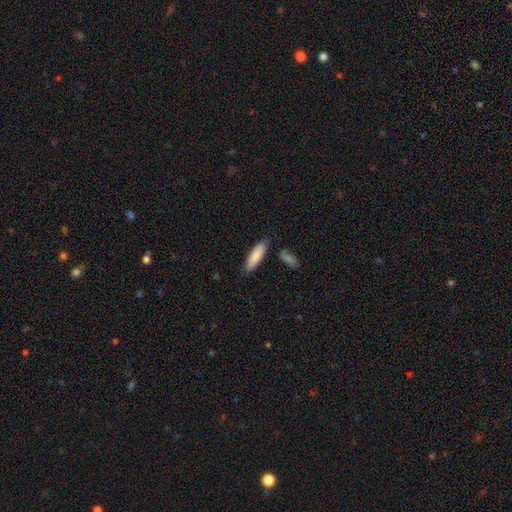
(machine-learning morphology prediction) Smooth or featured? smooth (85%)
How rounded? cigar-shaped (58%)
Merging? none (81%)